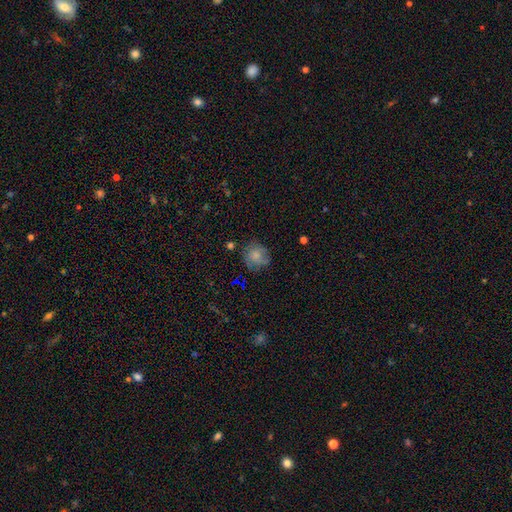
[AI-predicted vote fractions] The model was most divided on "merging": none: 63%, minor disturbance: 23%, major disturbance: 11%, merger: 3%. More confident: how rounded — round (80%); smooth or featured — smooth (68%).